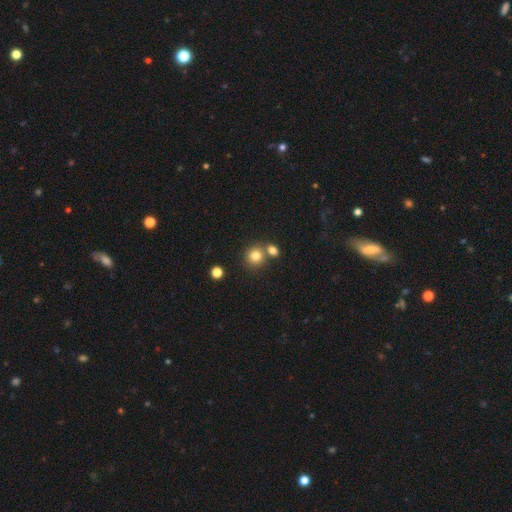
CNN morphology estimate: smooth_or_featured: smooth (p=0.80) [alt: star or artifact p=0.13]
how_rounded: round (p=0.87) [alt: in between p=0.12]
merging: none (p=0.64) [alt: merger p=0.26]